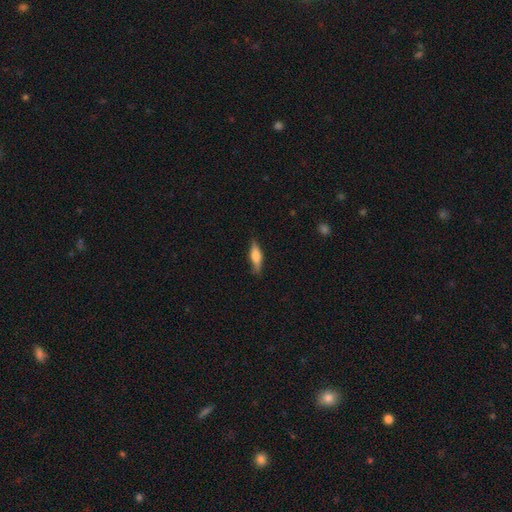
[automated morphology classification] A smooth galaxy with no disk features (60%) that is cigar-shaped (58%). Merging: none (81%).